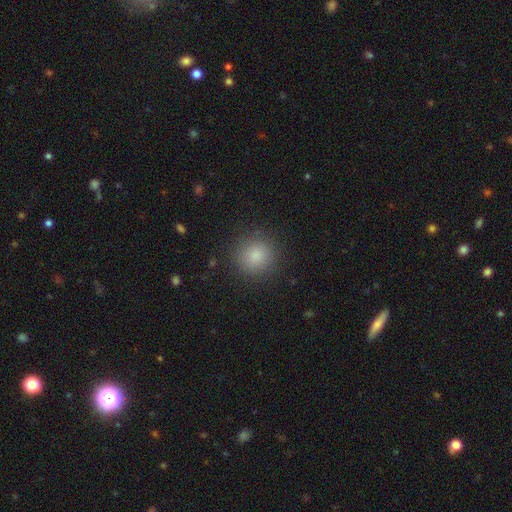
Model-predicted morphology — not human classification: The model was most divided on "smooth or featured": smooth: 84%, star or artifact: 11%, featured or disk: 5%. More confident: how rounded — round (93%); merging — none (89%).